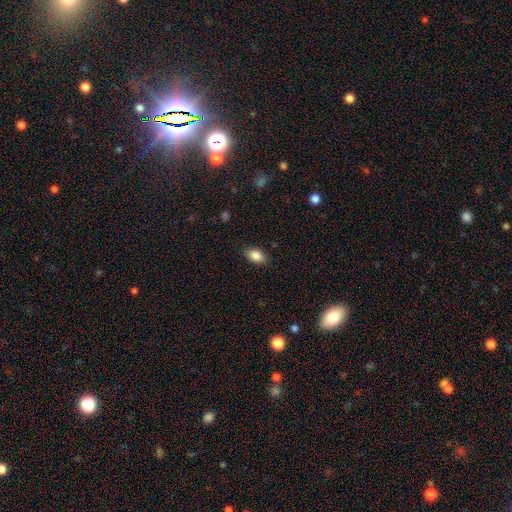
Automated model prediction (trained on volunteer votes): Smooth or featured? Predicted: smooth (p=0.87). How rounded? Predicted: in between (p=0.87). Merging? Predicted: none (p=0.85).